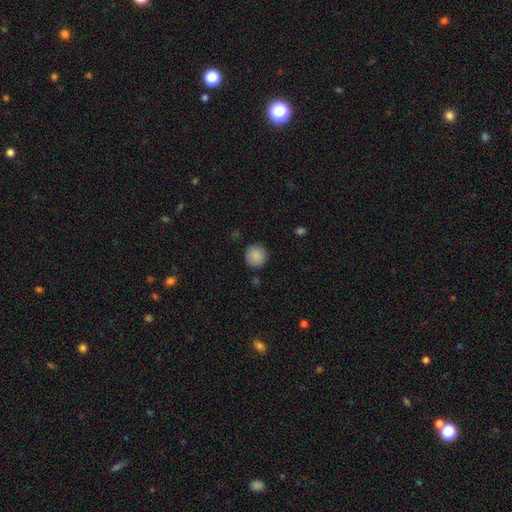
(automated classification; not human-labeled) The model was most divided on "smooth or featured": smooth: 88%, star or artifact: 8%, featured or disk: 4%. More confident: how rounded — round (93%); merging — none (89%).